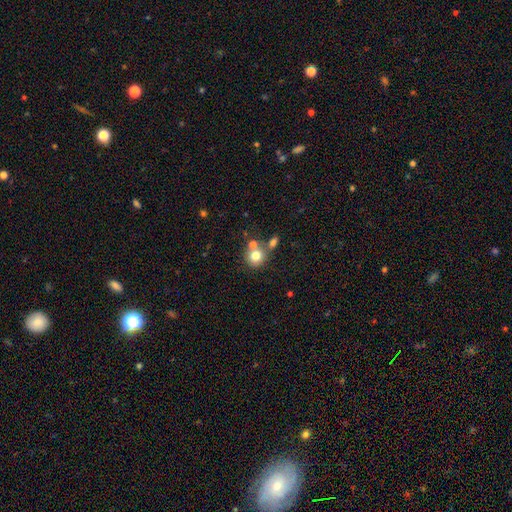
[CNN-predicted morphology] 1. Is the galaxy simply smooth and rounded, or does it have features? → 76% smooth, 12% featured or disk, 12% star or artifact.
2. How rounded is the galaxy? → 85% round, 14% in between, 1% cigar-shaped.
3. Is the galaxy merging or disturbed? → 53% none, 33% merger, 10% minor disturbance, 4% major disturbance.